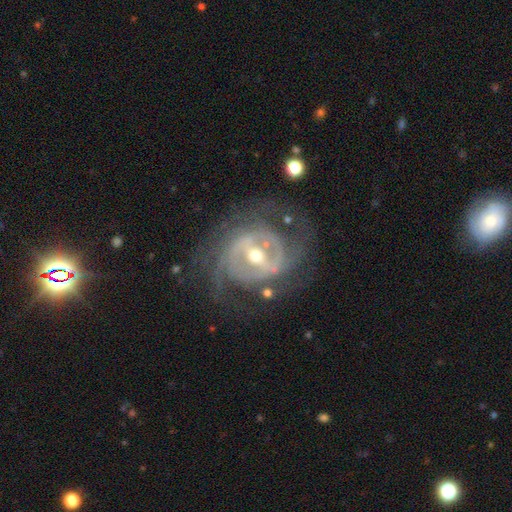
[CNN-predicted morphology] smooth_or_featured: featured or disk (p=0.87) [alt: smooth p=0.07]
disk_edge_on: no (p=0.96) [alt: yes p=0.04]
bar: strong (p=0.47) [alt: weak p=0.36]
has_spiral_arms: yes (p=0.83) [alt: no p=0.17]
spiral_winding: tight (p=0.48) [alt: medium p=0.36]
spiral_arm_count: 2 (p=0.42) [alt: can't tell p=0.29]
bulge_size: moderate (p=0.62) [alt: small p=0.33]
merging: none (p=0.64) [alt: minor disturbance p=0.17]